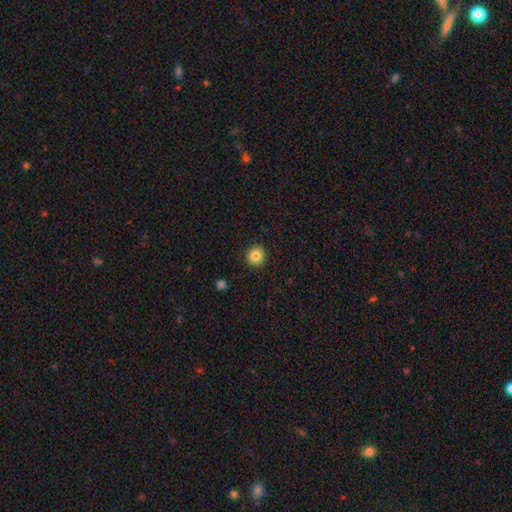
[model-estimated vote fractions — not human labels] Overall: smooth (84%). How rounded: round (94%). Merging: none (92%).